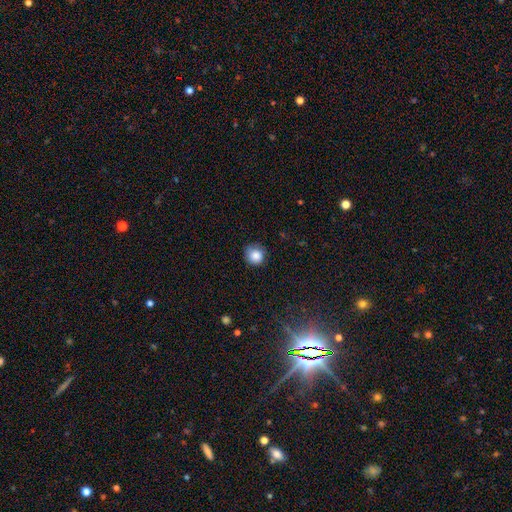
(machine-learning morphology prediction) Q: Smooth or featured?
A: smooth (86%); runner-up: star or artifact (9%)
Q: How rounded?
A: round (90%); runner-up: in between (9%)
Q: Merging?
A: none (78%); runner-up: minor disturbance (17%)